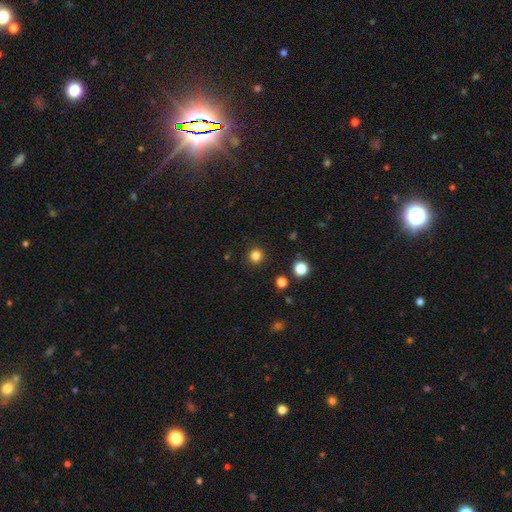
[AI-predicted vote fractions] smooth-or-featured: smooth: 82% | star or artifact: 13% | featured or disk: 4%
  how-rounded: round: 94% | in between: 5% | cigar-shaped: 1%
  merging: none: 91% | minor disturbance: 5% | major disturbance: 2% | merger: 2%